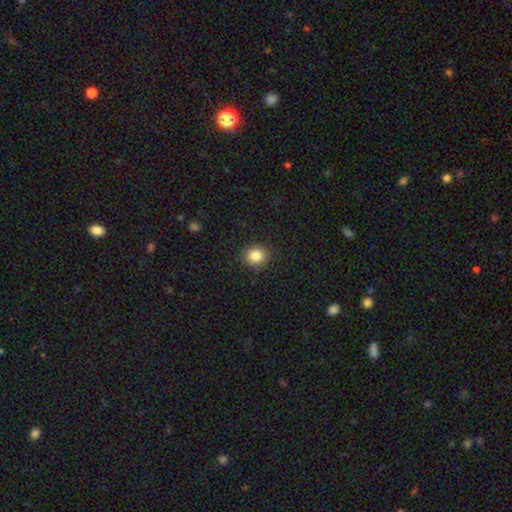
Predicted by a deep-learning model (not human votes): This appears to be a smooth galaxy with no disk features (84%) that is round (82%). Merging: none (89%).